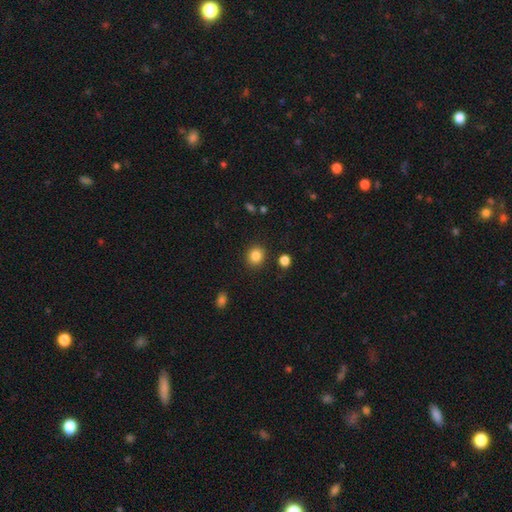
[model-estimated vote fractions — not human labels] Morphology: type=smooth (85%); roundness=round (79%); merging=none (88%).